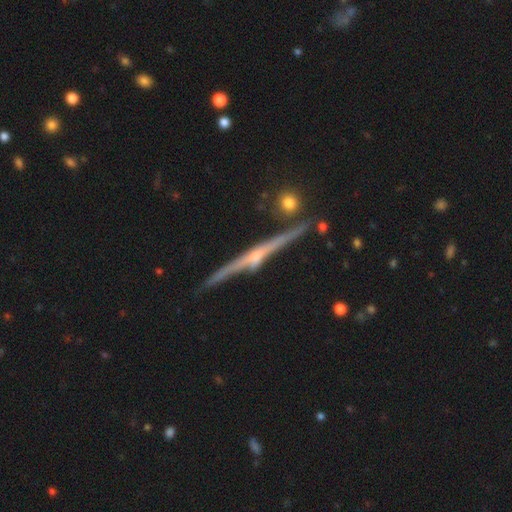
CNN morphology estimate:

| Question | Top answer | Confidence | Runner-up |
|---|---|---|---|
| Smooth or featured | featured or disk | 88% | smooth (6%) |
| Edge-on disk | yes | 98% | no (2%) |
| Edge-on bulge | rounded | 79% | none (12%) |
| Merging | none | 85% | minor disturbance (9%) |